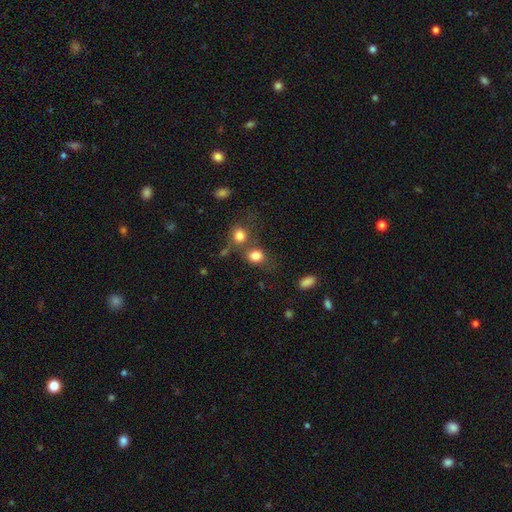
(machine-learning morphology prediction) type=smooth (82%); roundness=round (61%); merging=none (50%).